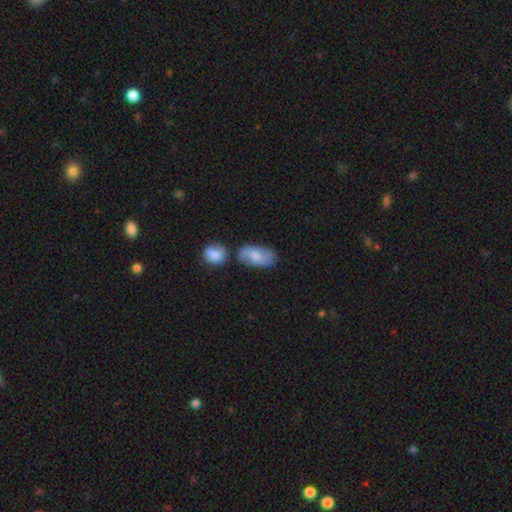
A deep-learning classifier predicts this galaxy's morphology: This is likely a smooth galaxy (61%). How rounded: clearly in between (91%). Merging: likely none (61%).